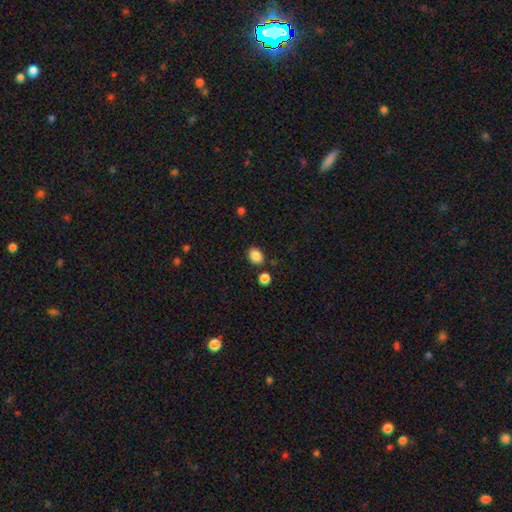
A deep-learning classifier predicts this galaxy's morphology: type=smooth (86%); roundness=in between (62%); merging=none (81%).